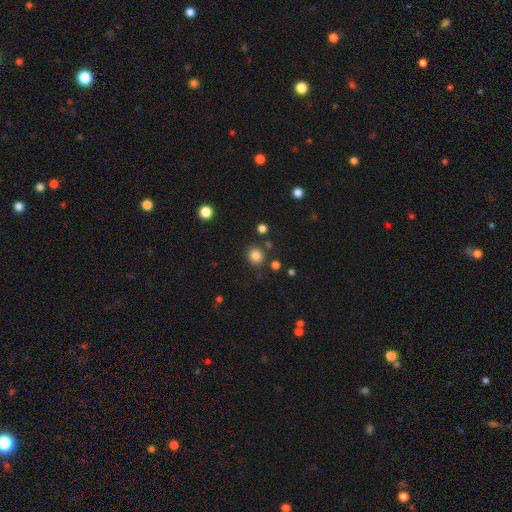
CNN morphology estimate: Q: Smooth or featured?
A: smooth (83%); runner-up: star or artifact (12%)
Q: How rounded?
A: round (87%); runner-up: in between (12%)
Q: Merging?
A: none (84%); runner-up: minor disturbance (8%)